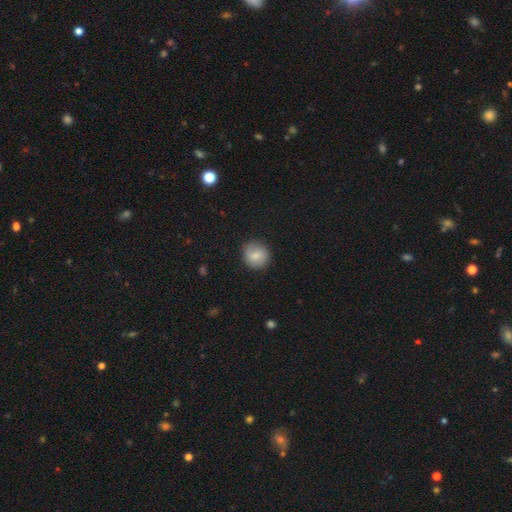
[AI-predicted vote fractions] A smooth galaxy with no disk features (76%) that is round (88%). Merging: none (84%).